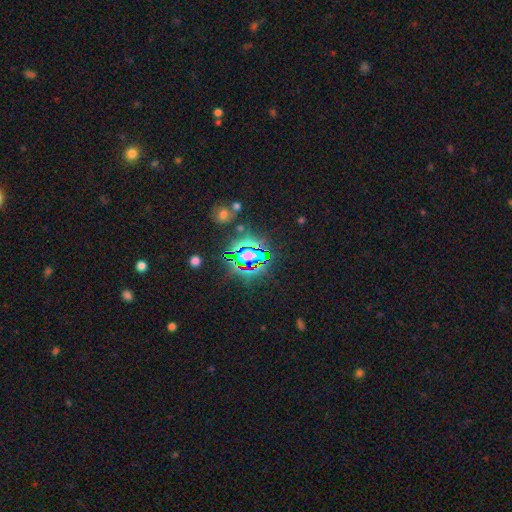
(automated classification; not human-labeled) Morphology: type=star or artifact (70%).